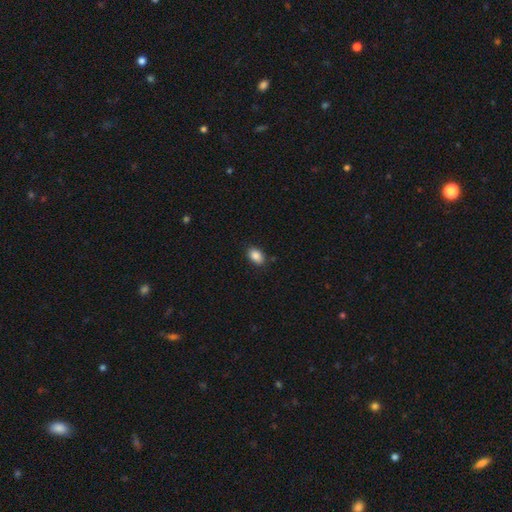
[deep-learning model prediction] smooth_or_featured: smooth (p=0.87) [alt: star or artifact p=0.08]
how_rounded: in between (p=0.86) [alt: round p=0.13]
merging: none (p=0.86) [alt: minor disturbance p=0.11]